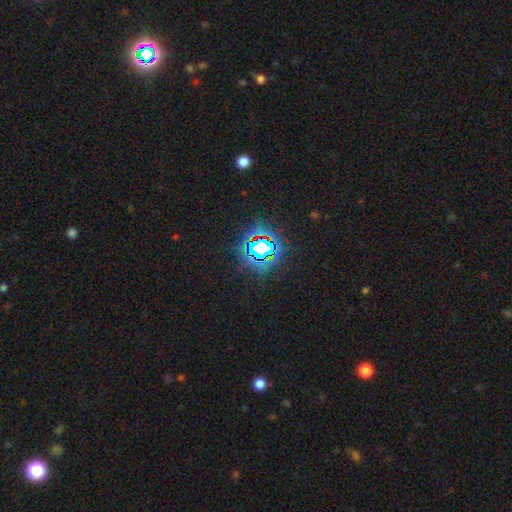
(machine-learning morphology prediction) type=star or artifact (78%).